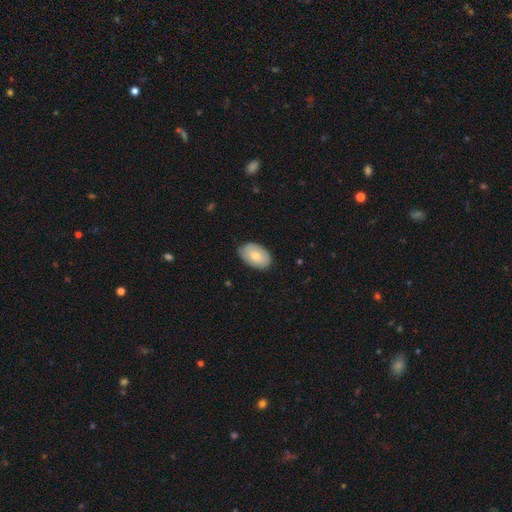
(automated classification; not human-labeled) Smooth or featured? smooth (81%)
How rounded? in between (92%)
Merging? none (84%)